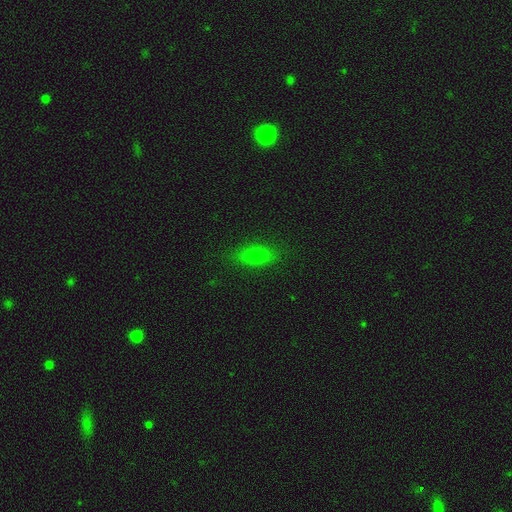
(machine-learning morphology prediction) Smooth or featured: smooth — 72% (featured or disk — 16%)
How rounded: in between — 71% (cigar-shaped — 23%)
Merging: none — 85% (minor disturbance — 11%)